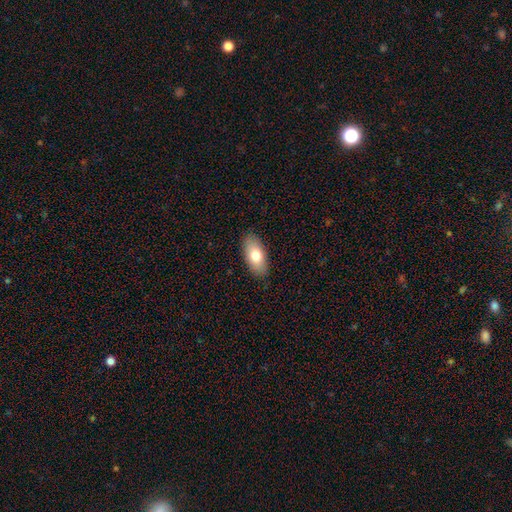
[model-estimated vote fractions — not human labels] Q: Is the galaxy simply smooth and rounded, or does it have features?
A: smooth — 77%.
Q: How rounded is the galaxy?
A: in between — 91%.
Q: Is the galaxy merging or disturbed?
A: none — 89%.